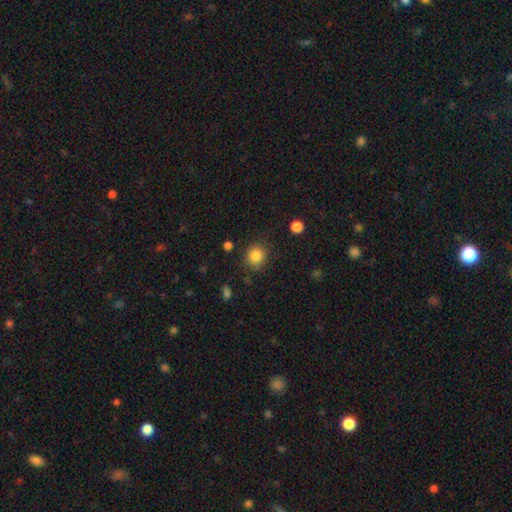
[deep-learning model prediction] A smooth galaxy with no disk features (84%) that is round (87%).

Vote fractions:
- Smooth or featured? smooth: 84% / star or artifact: 10% / featured or disk: 5%
- How rounded? round: 87% / in between: 12% / cigar-shaped: 1%
- Merging? none: 84% / minor disturbance: 10% / major disturbance: 3% / merger: 2%